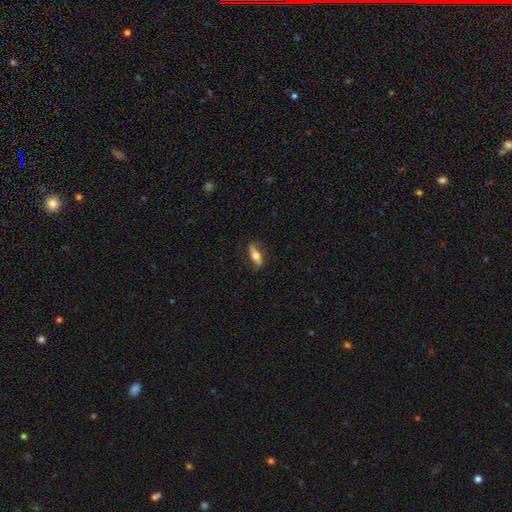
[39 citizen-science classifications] Morphology: type=smooth (59%); roundness=in between (65%); merging=none (54%).